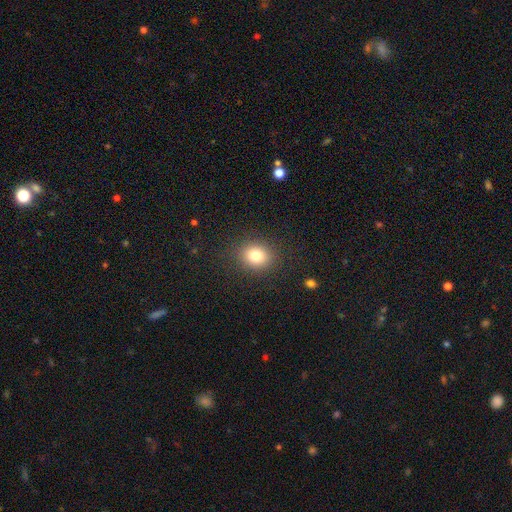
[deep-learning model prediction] Smooth or featured: smooth — 79% (star or artifact — 12%)
How rounded: round — 68% (in between — 31%)
Merging: none — 87% (minor disturbance — 8%)